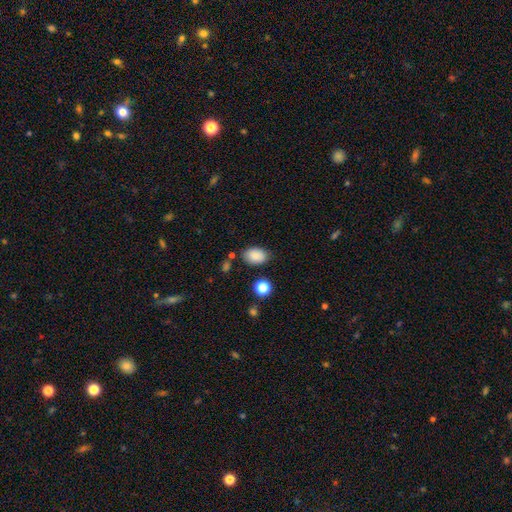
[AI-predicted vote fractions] A smooth galaxy with no disk features (86%) that is in between round and cigar-shaped (84%). Merging: none (77%).